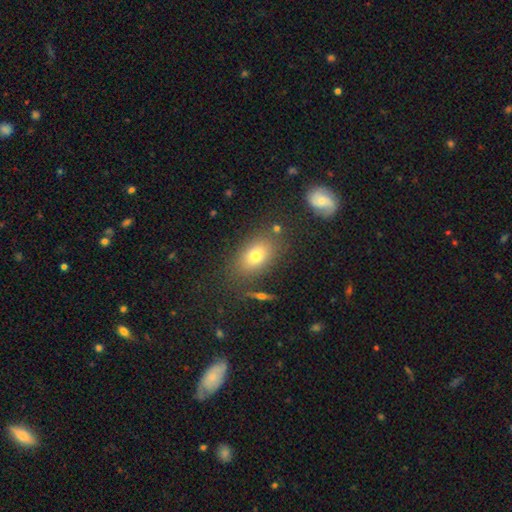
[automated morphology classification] smooth 72%, featured or disk 15%, star or artifact 13%. Down the decision tree: how rounded — in between (80%); merging — none (79%).